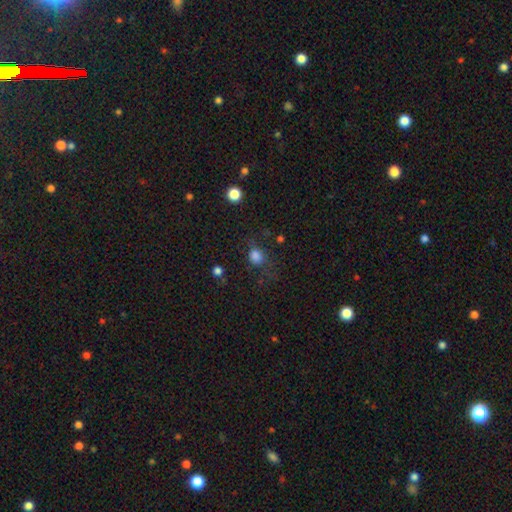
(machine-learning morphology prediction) Smooth or featured?
  - smooth: 79% *
  - star or artifact: 14%
  - featured or disk: 7%
How rounded?
  - round: 65% *
  - in between: 33%
  - cigar-shaped: 2%
Merging?
  - none: 59% *
  - minor disturbance: 22%
  - major disturbance: 16%
  - merger: 3%